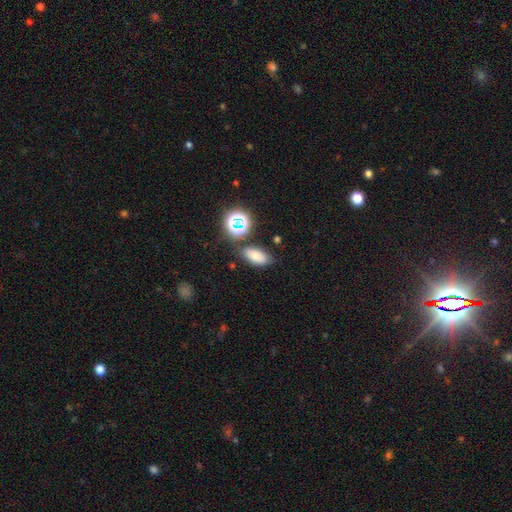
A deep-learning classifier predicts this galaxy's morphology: Q: Smooth or featured?
A: smooth (71%); runner-up: star or artifact (18%)
Q: How rounded?
A: in between (85%); runner-up: round (9%)
Q: Merging?
A: none (77%); runner-up: minor disturbance (14%)